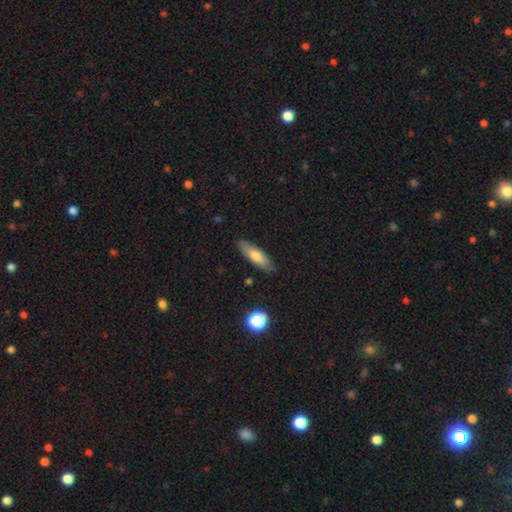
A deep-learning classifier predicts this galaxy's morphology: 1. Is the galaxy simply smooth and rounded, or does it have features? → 71% smooth, 22% featured or disk, 7% star or artifact.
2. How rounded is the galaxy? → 52% cigar-shaped, 46% in between, 2% round.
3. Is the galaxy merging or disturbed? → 85% none, 12% minor disturbance, 2% major disturbance, 1% merger.